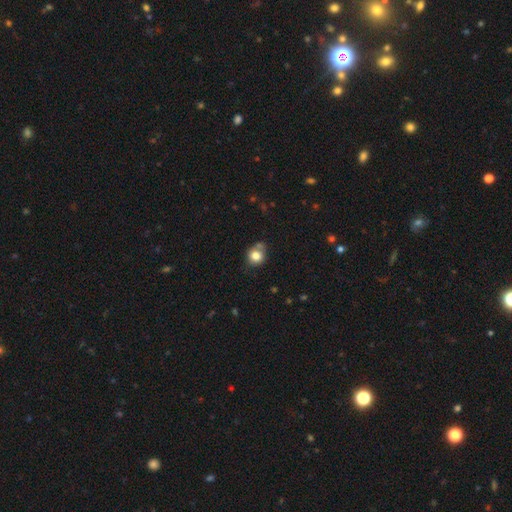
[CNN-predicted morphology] smooth 81%, star or artifact 10%, featured or disk 9%. Down the decision tree: how rounded — round (79%); merging — none (60%).